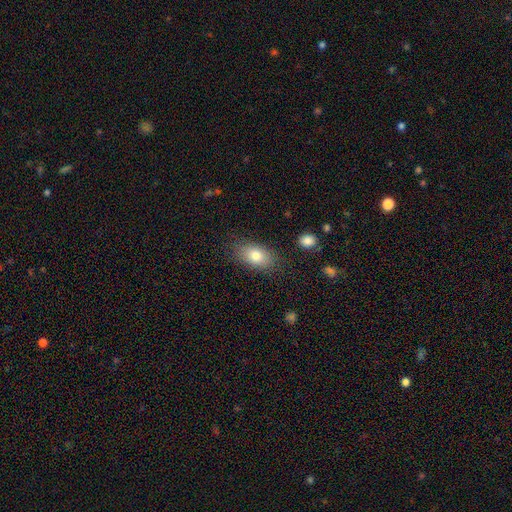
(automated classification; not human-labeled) smooth-or-featured: smooth: 78% | featured or disk: 14% | star or artifact: 8%
  how-rounded: in between: 88% | round: 10% | cigar-shaped: 2%
  merging: none: 81% | minor disturbance: 13% | major disturbance: 4% | merger: 2%